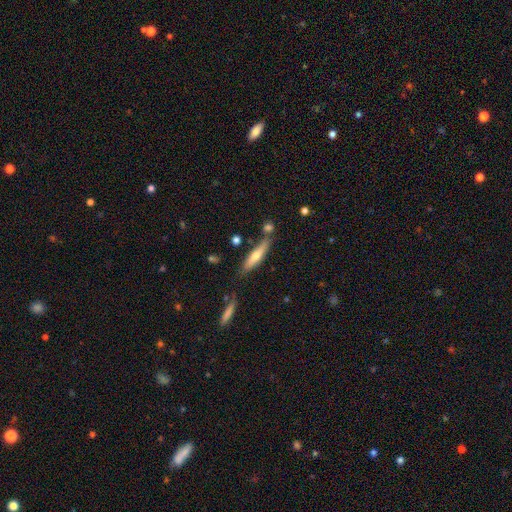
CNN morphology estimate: Q: Smooth or featured?
A: smooth (50%); runner-up: featured or disk (43%)
Q: How rounded?
A: cigar-shaped (83%); runner-up: in between (15%)
Q: Merging?
A: none (71%); runner-up: minor disturbance (16%)